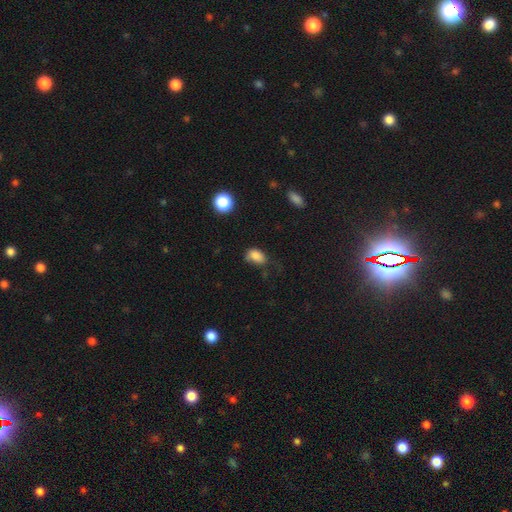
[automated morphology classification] The model was most divided on "merging": none: 46%, minor disturbance: 35%, major disturbance: 15%, merger: 3%. More confident: smooth or featured — smooth (83%); how rounded — in between (81%).